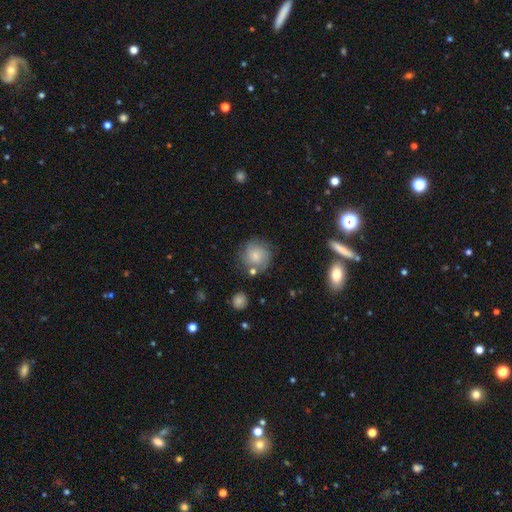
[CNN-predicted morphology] type=smooth (72%); roundness=round (90%); merging=none (70%).